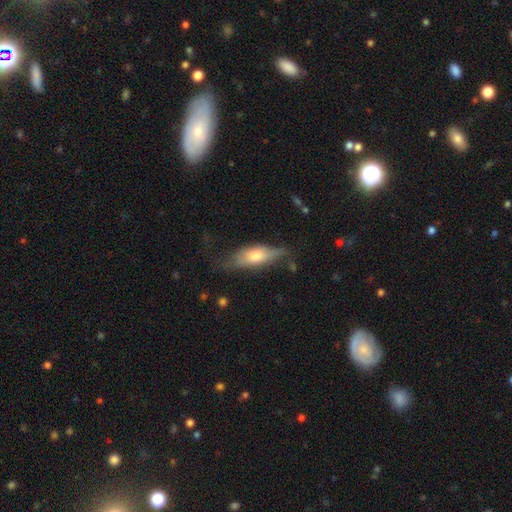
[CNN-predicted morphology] This appears to be a smooth galaxy with no disk features (53%) that is in between round and cigar-shaped (61%). Merging: none (55%).